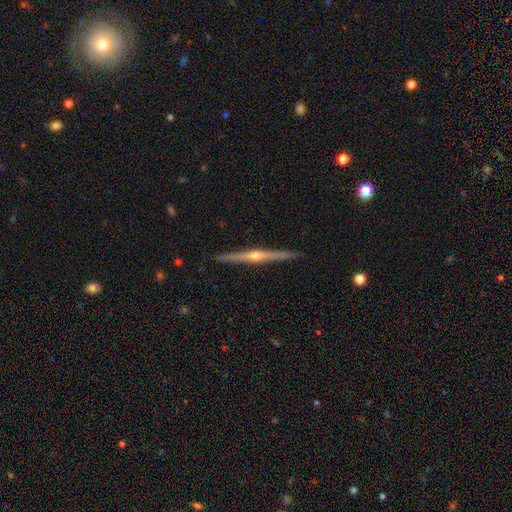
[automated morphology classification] This is clearly a featured or disk galaxy (85%). It is clearly viewed edge-on (98%). Edge-on bulge: clearly rounded (89%). Merging: clearly none (92%).